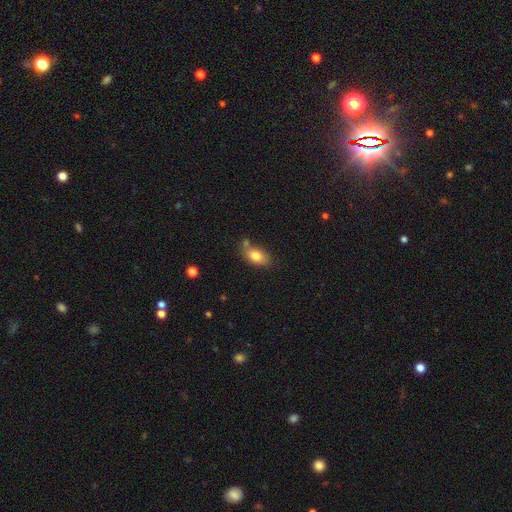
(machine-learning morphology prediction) Smooth or featured? smooth (79%)
How rounded? in between (88%)
Merging? none (63%)